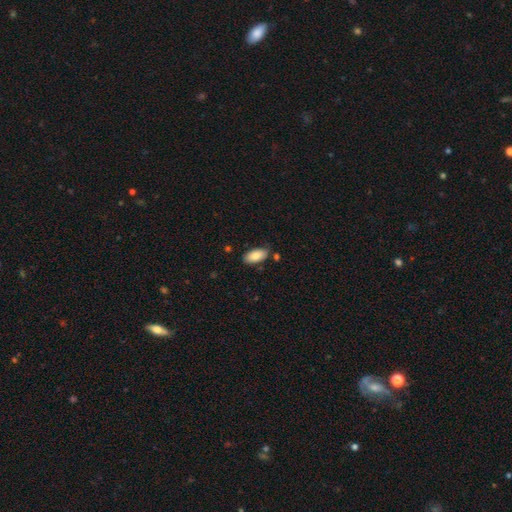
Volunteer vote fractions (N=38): Smooth or featured: smooth — 89% (featured or disk — 5%)
How rounded: in between — 100%
Merging: none — 97% (minor disturbance — 3%)